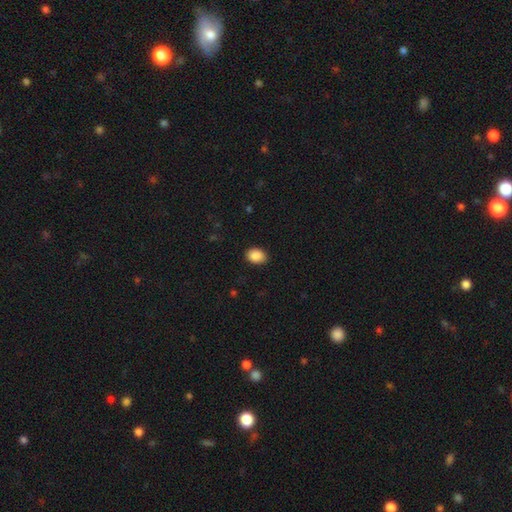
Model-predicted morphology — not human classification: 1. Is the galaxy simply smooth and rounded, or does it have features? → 90% smooth, 8% star or artifact, 3% featured or disk.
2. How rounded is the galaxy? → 75% in between, 24% round, 1% cigar-shaped.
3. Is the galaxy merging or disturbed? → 88% none, 9% minor disturbance, 2% major disturbance, 1% merger.